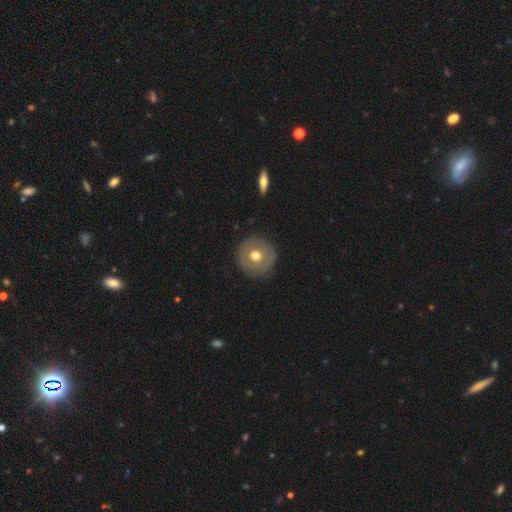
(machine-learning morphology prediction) smooth-or-featured: smooth: 60% | featured or disk: 33% | star or artifact: 7%
  how-rounded: round: 95% | in between: 4% | cigar-shaped: 1%
  merging: none: 90% | minor disturbance: 7% | major disturbance: 2% | merger: 1%